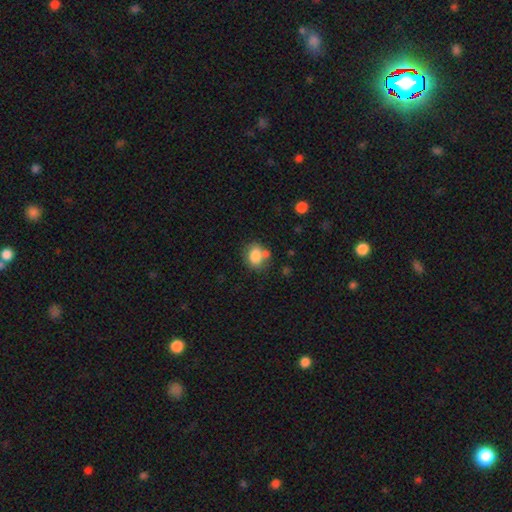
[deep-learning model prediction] The model was most divided on "how rounded": in between: 56%, round: 43%, cigar-shaped: 1%. More confident: smooth or featured — smooth (81%); merging — none (54%).